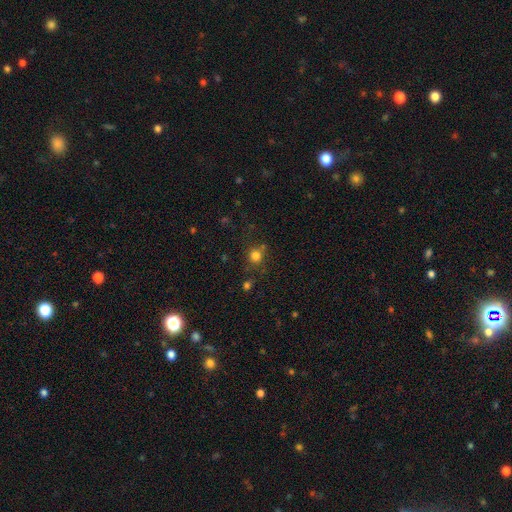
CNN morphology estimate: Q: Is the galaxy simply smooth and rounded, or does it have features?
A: smooth — 78%.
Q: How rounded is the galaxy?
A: round — 89%.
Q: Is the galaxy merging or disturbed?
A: none — 74%.